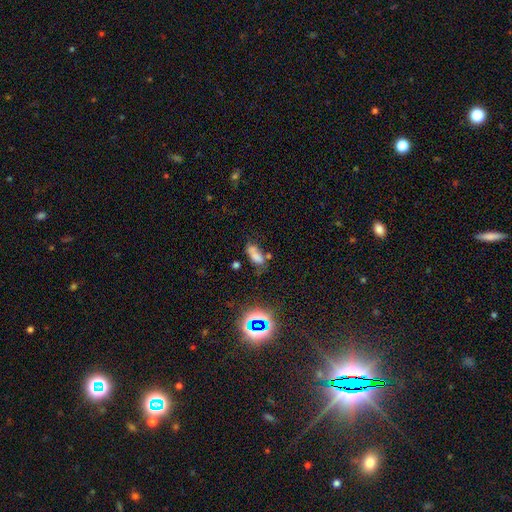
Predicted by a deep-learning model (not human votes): This appears to be a smooth galaxy with no disk features (60%) that is in between round and cigar-shaped (79%). Merging: none (39%).